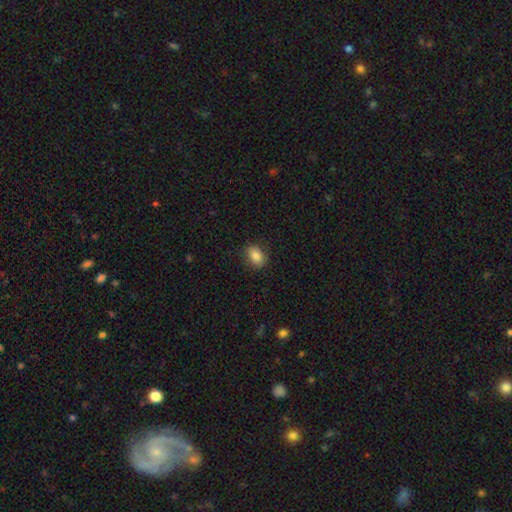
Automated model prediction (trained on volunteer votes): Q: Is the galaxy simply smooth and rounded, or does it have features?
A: smooth — 84%.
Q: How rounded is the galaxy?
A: in between — 75%.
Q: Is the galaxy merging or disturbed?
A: none — 83%.